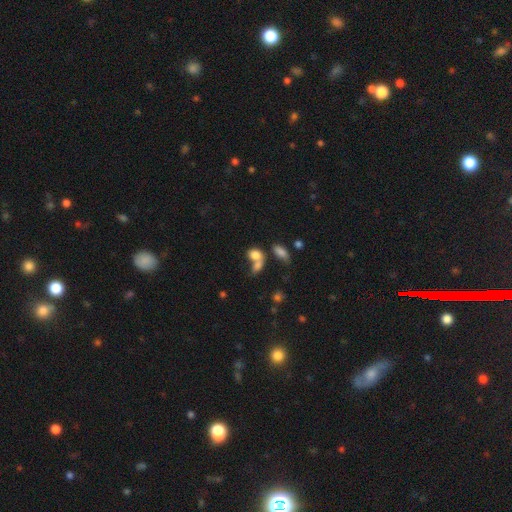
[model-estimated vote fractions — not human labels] Smooth or featured?
  - smooth: 78% *
  - featured or disk: 11%
  - star or artifact: 11%
How rounded?
  - in between: 74% *
  - round: 23%
  - cigar-shaped: 3%
Merging?
  - merger: 55% *
  - none: 27%
  - minor disturbance: 10%
  - major disturbance: 8%